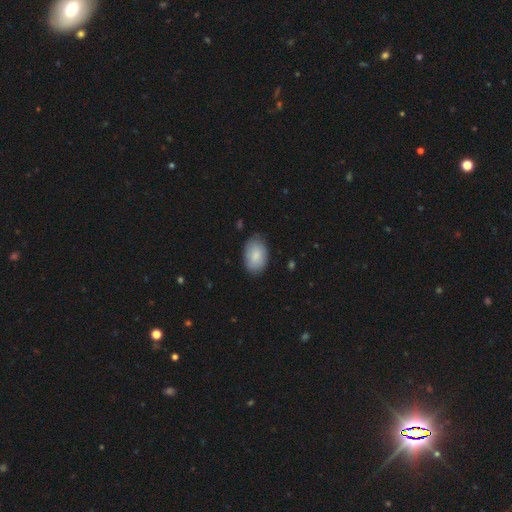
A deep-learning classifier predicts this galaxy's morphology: smooth 85%, featured or disk 9%, star or artifact 6%. Down the decision tree: how rounded — in between (91%); merging — none (80%).